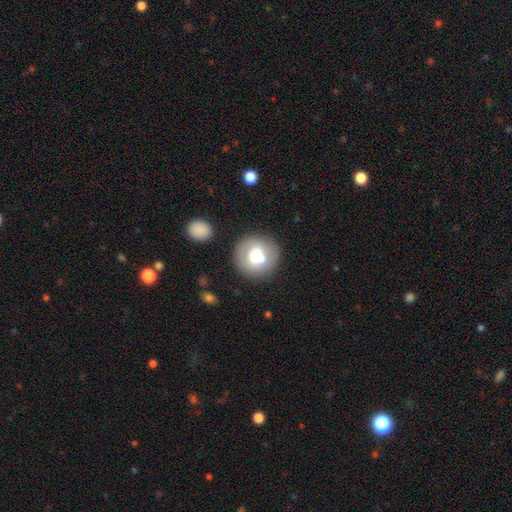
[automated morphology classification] smooth_or_featured: smooth (p=0.62) [alt: featured or disk p=0.29]
how_rounded: round (p=0.92) [alt: in between p=0.07]
merging: none (p=0.69) [alt: merger p=0.16]